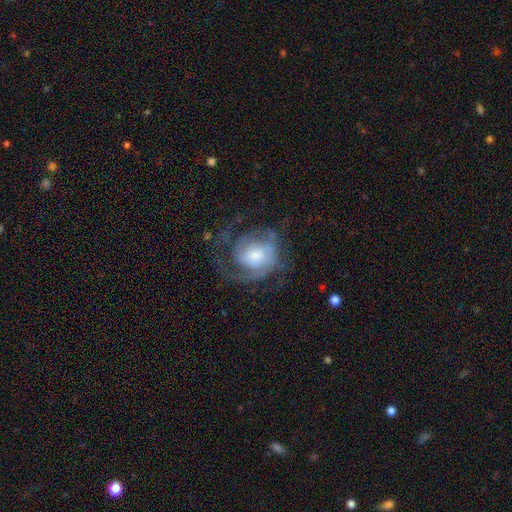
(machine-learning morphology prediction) This is likely a featured or disk galaxy (73%). It is clearly not viewed edge-on (98%). Bar: likely no (69%). Spiral arm pattern: clearly yes (88%). Spiral arm count: marginally 2 (41%). Spiral winding: marginally medium (41%). Central bulge: marginally moderate (39%). Merging: possibly none (50%).